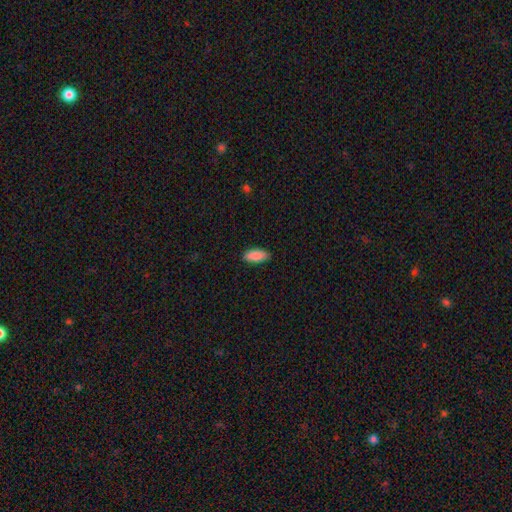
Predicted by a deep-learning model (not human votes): A smooth galaxy with no disk features (90%) that is in between round and cigar-shaped (86%). Merging: none (88%).